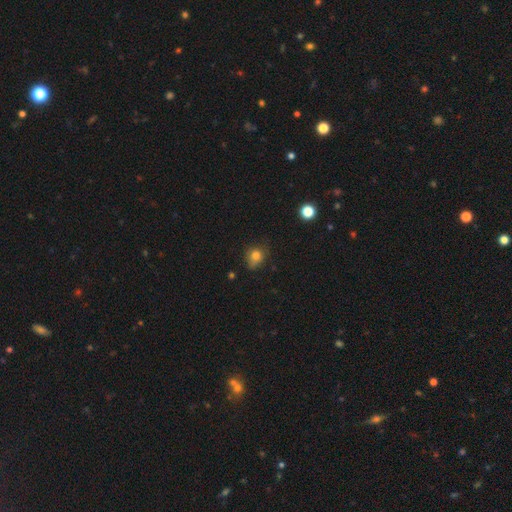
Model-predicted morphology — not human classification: A smooth galaxy with no disk features (78%) that is round (68%). Merging: none (58%).